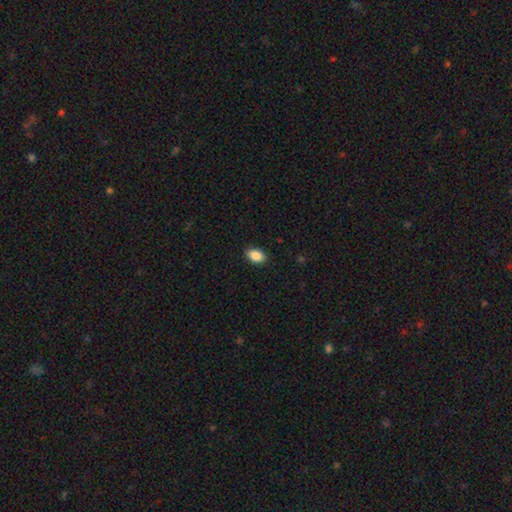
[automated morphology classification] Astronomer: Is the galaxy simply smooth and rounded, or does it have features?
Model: smooth — 88%.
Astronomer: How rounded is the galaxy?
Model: in between — 86%.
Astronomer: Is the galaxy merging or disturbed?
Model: none — 89%.